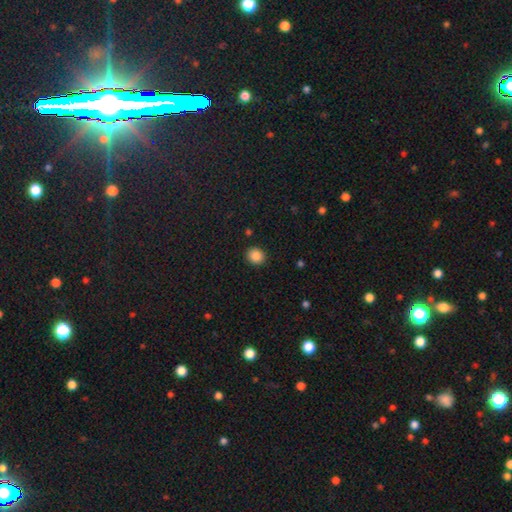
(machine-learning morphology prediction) A smooth galaxy with no disk features (87%) that is round (81%).

Vote fractions:
- Smooth or featured? smooth: 87% / star or artifact: 10% / featured or disk: 3%
- How rounded? round: 81% / in between: 18% / cigar-shaped: 1%
- Merging? none: 91% / minor disturbance: 6% / major disturbance: 2% / merger: 1%